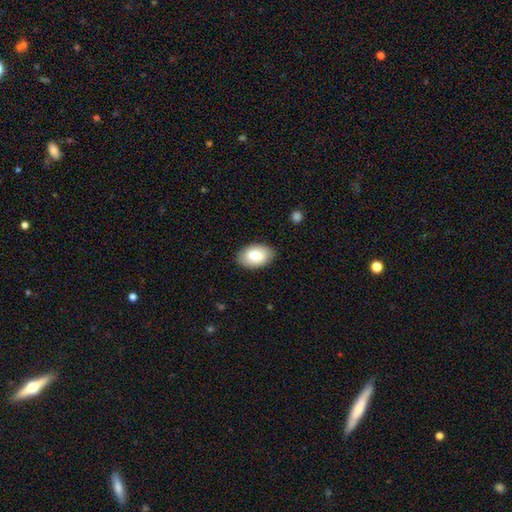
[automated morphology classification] This is likely a smooth galaxy (79%). How rounded: clearly in between (91%). Merging: clearly none (87%).